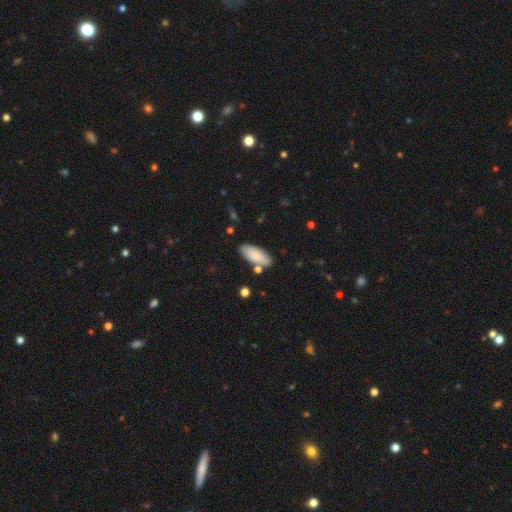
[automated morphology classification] Overall: smooth (84%). How rounded: in between (82%). Merging: none (78%).